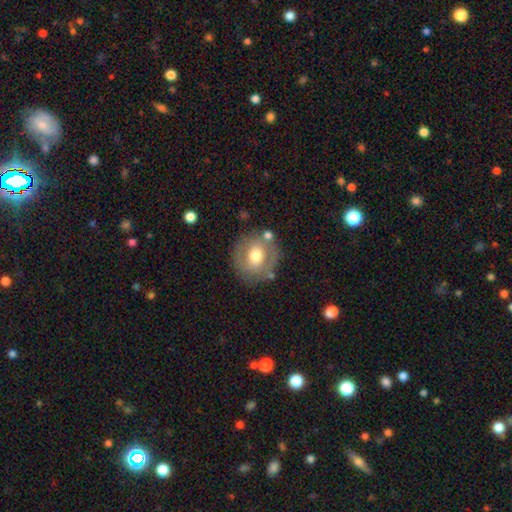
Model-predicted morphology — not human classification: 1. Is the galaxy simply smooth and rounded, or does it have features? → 53% smooth, 40% featured or disk, 7% star or artifact.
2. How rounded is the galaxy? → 84% round, 15% in between, 1% cigar-shaped.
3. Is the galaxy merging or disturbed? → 75% none, 14% minor disturbance, 6% merger, 6% major disturbance.